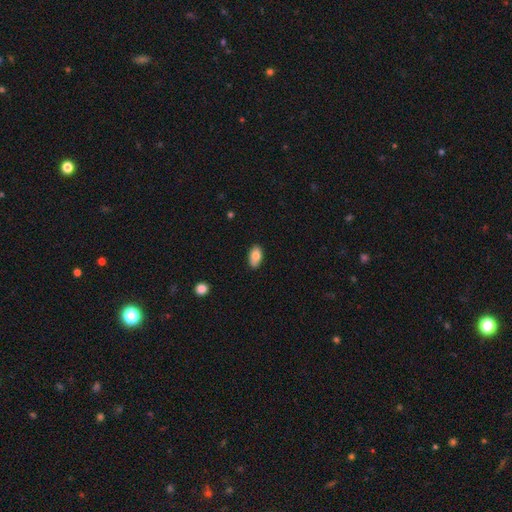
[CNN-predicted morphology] smooth-or-featured: smooth: 82% | featured or disk: 11% | star or artifact: 7%
  how-rounded: in between: 92% | round: 5% | cigar-shaped: 3%
  merging: none: 85% | minor disturbance: 12% | major disturbance: 2% | merger: 1%